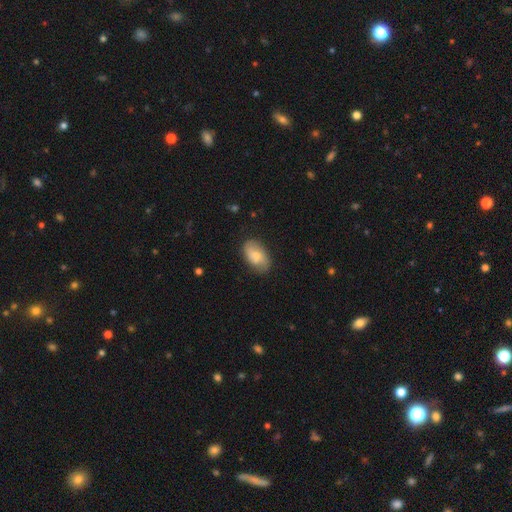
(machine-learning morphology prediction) Q: Smooth or featured?
A: smooth (62%); runner-up: featured or disk (31%)
Q: How rounded?
A: in between (91%); runner-up: round (7%)
Q: Merging?
A: none (73%); runner-up: minor disturbance (20%)